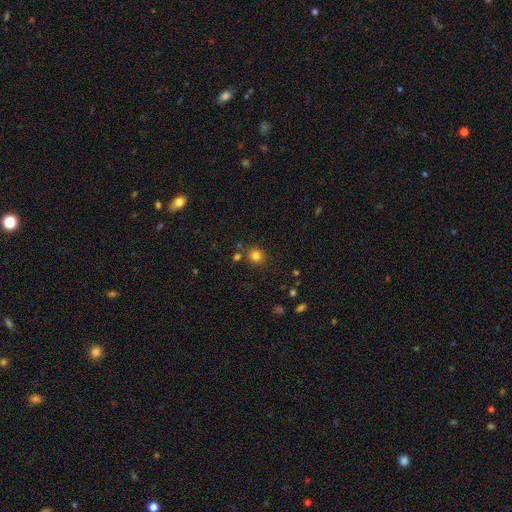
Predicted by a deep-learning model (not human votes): Overall: smooth (80%). How rounded: round (90%). Merging: none (81%).